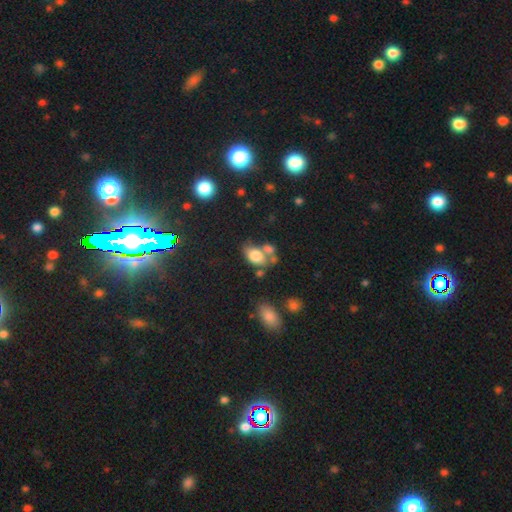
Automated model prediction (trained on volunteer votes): Morphology: type=smooth (76%); roundness=in between (84%); merging=none (40%).